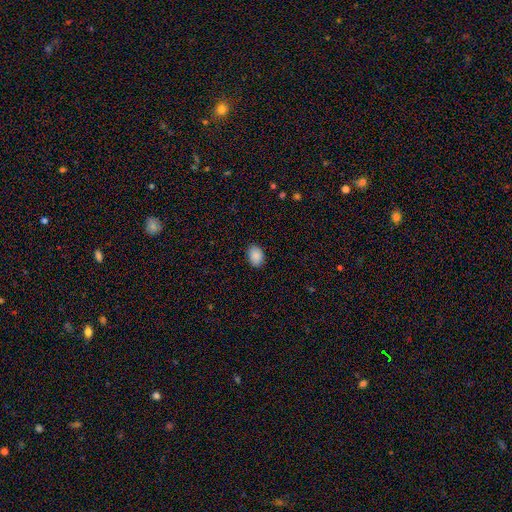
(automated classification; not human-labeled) Morphology: type=smooth (90%); roundness=in between (80%); merging=none (88%).